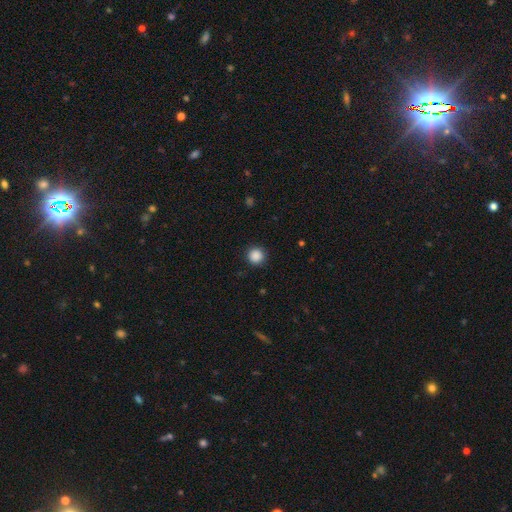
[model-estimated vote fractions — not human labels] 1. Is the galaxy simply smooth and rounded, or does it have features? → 88% smooth, 10% star or artifact, 2% featured or disk.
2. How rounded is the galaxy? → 95% round, 4% in between, 1% cigar-shaped.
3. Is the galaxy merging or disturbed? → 91% none, 6% minor disturbance, 2% major disturbance, 1% merger.